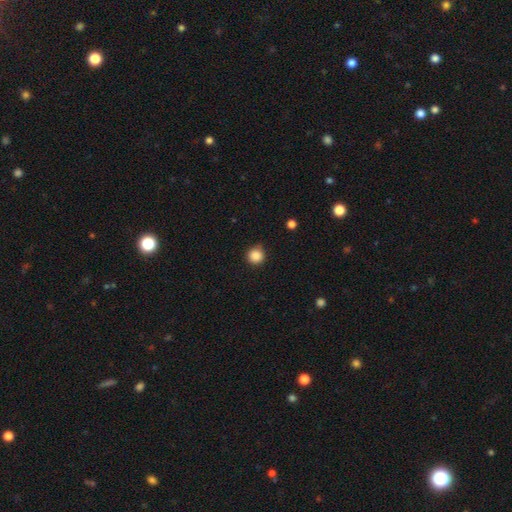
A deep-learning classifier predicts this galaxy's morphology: smooth 87%, star or artifact 10%, featured or disk 3%. Down the decision tree: how rounded — round (95%); merging — none (85%).